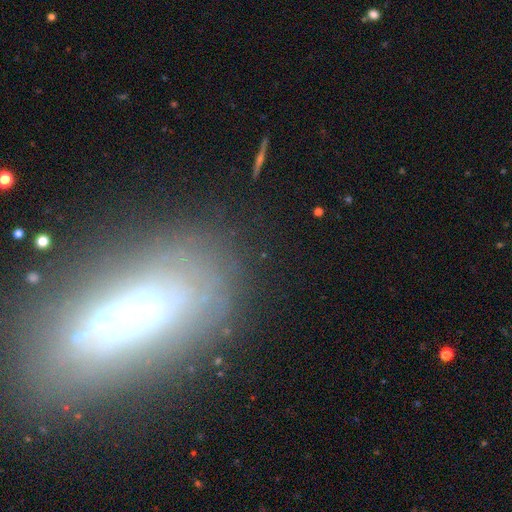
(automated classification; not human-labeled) Overall: featured or disk (56%; smooth 26%). Edge-on disk: no (60%; yes 40%). Merging: none (68%).